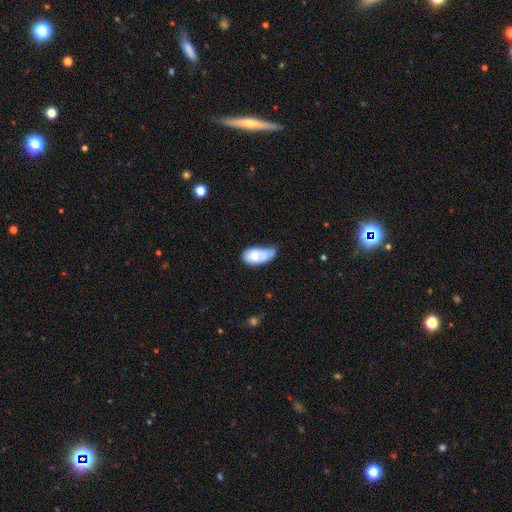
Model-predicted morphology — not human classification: Smooth or featured: smooth — 70% (featured or disk — 23%)
How rounded: in between — 92% (round — 4%)
Merging: minor disturbance — 42% (none — 26%)